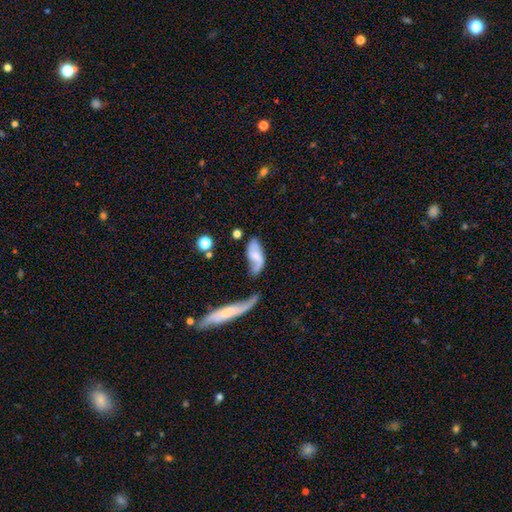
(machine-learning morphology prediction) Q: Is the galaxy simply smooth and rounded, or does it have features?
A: featured or disk — 52%.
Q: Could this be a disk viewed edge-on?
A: no — 89%.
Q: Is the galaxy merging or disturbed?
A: none — 37%.